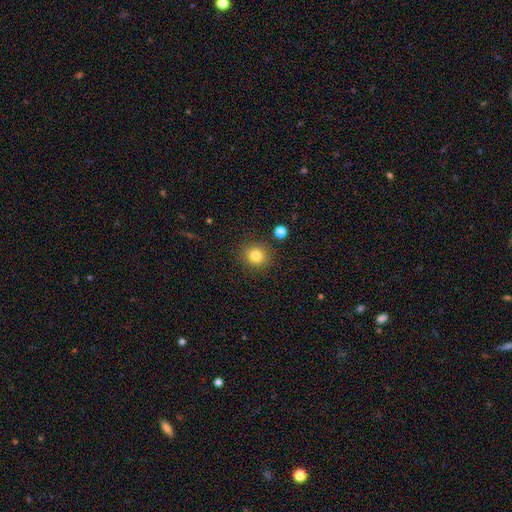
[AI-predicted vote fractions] smooth-or-featured: smooth: 82% | star or artifact: 12% | featured or disk: 6%
  how-rounded: round: 87% | in between: 13% | cigar-shaped: 1%
  merging: none: 87% | minor disturbance: 8% | major disturbance: 3% | merger: 2%